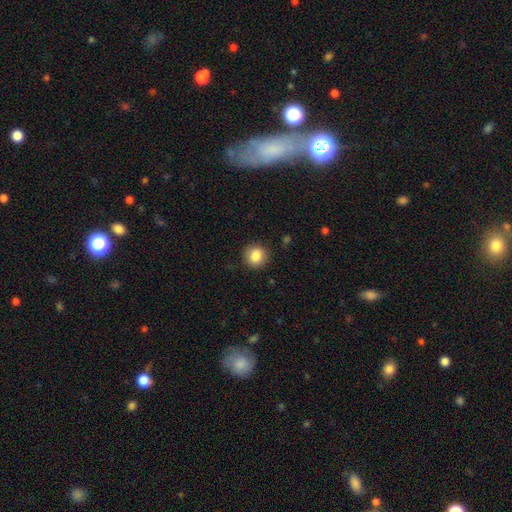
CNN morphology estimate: A smooth galaxy with no disk features (86%) that is round (90%).

Vote fractions:
- Smooth or featured? smooth: 86% / star or artifact: 9% / featured or disk: 5%
- How rounded? round: 90% / in between: 10% / cigar-shaped: 1%
- Merging? none: 89% / minor disturbance: 8% / major disturbance: 2% / merger: 1%